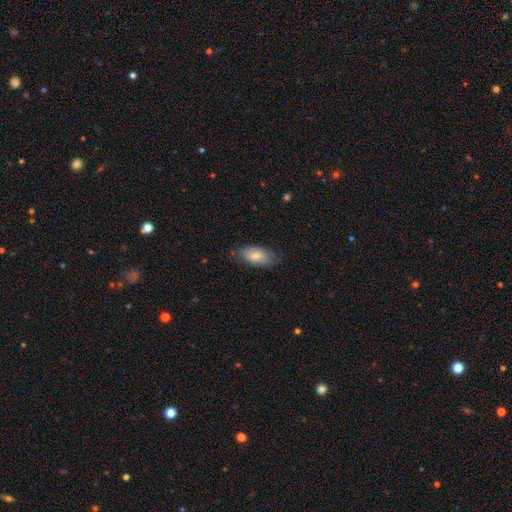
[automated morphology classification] type=smooth (75%); roundness=in between (90%); merging=none (78%).